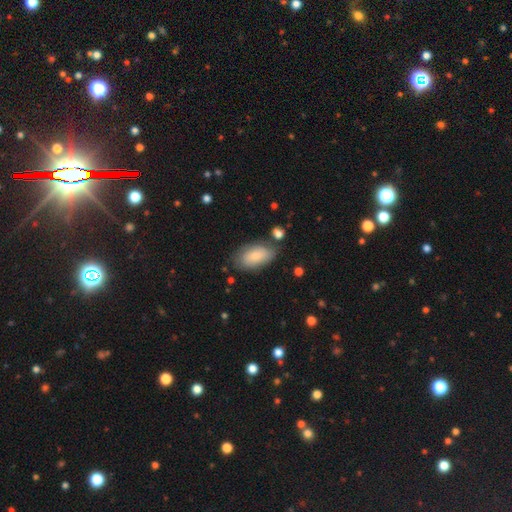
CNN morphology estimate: Smooth or featured: smooth — 79% (featured or disk — 15%)
How rounded: in between — 94% (round — 3%)
Merging: none — 72% (minor disturbance — 19%)